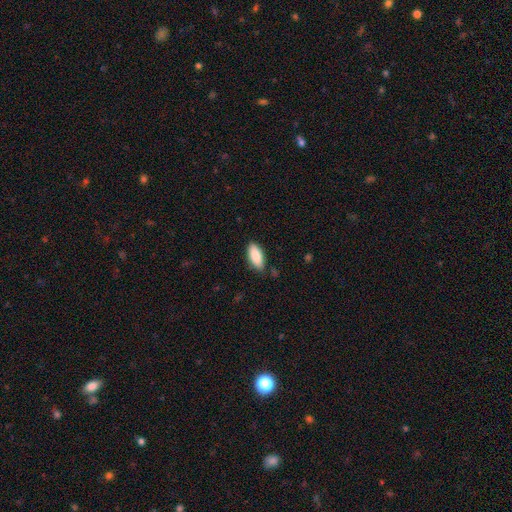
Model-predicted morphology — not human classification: This appears to be a smooth galaxy with no disk features (87%) that is in between round and cigar-shaped (85%). Merging: none (82%).